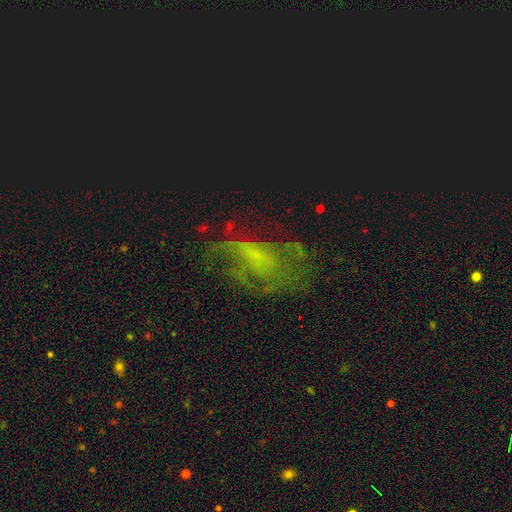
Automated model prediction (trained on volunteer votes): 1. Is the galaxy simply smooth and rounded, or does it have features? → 46% featured or disk, 35% star or artifact, 19% smooth.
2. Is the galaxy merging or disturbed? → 53% none, 25% major disturbance, 19% minor disturbance, 3% merger.